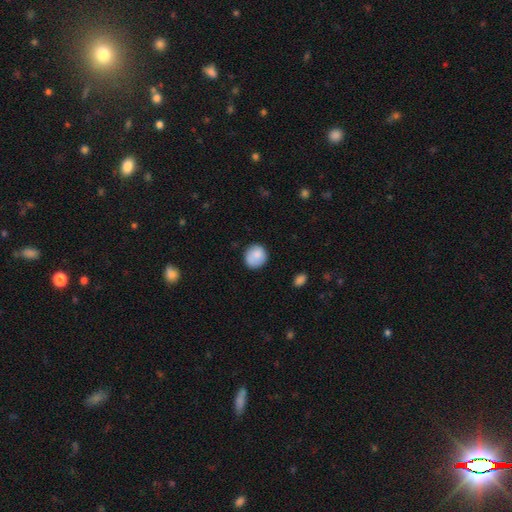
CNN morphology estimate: This appears to be a smooth galaxy with no disk features (85%) that is round (85%). Merging: none (81%).